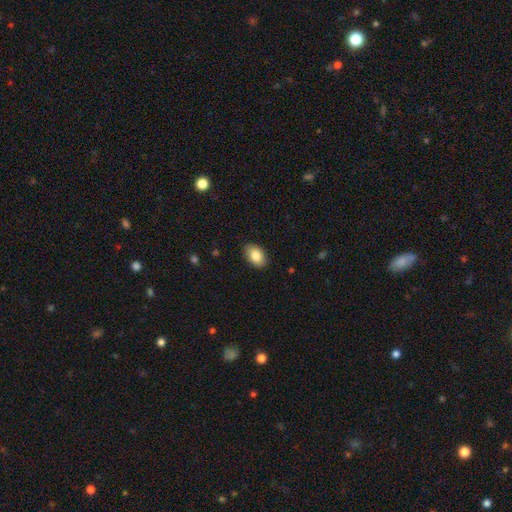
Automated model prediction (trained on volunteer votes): A smooth galaxy with no disk features (85%) that is in between round and cigar-shaped (87%).

Vote fractions:
- Smooth or featured? smooth: 85% / featured or disk: 8% / star or artifact: 7%
- How rounded? in between: 87% / round: 12% / cigar-shaped: 1%
- Merging? none: 88% / minor disturbance: 9% / major disturbance: 2% / merger: 1%